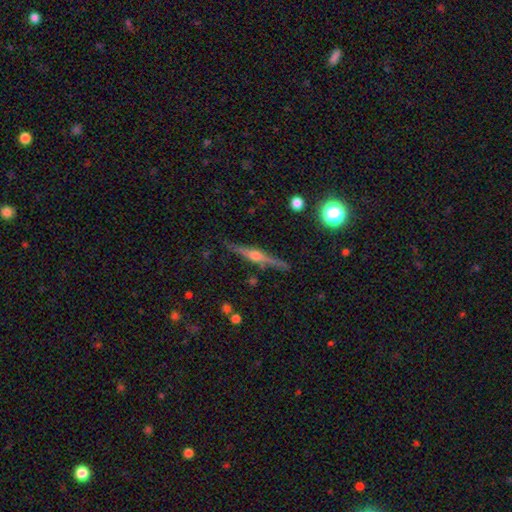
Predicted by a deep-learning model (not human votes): smooth_or_featured: featured or disk (p=0.80) [alt: smooth p=0.12]
disk_edge_on: yes (p=0.98) [alt: no p=0.02]
edge_on_bulge: rounded (p=0.91) [alt: boxy p=0.05]
merging: none (p=0.88) [alt: minor disturbance p=0.08]